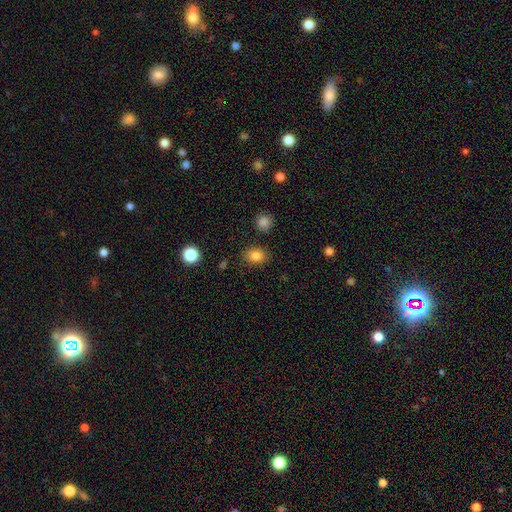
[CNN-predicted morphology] Smooth or featured: smooth — 84% (star or artifact — 10%)
How rounded: in between — 60% (round — 39%)
Merging: none — 84% (minor disturbance — 10%)